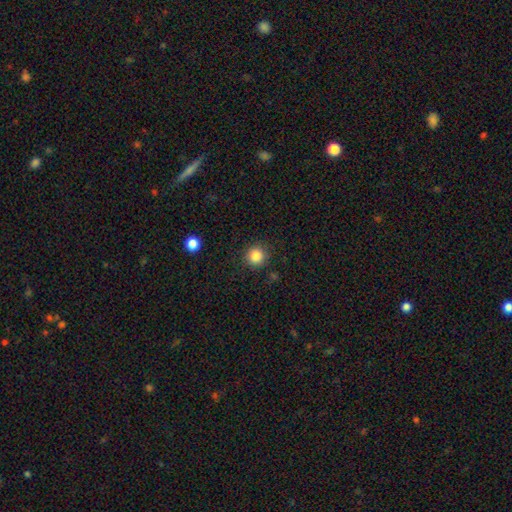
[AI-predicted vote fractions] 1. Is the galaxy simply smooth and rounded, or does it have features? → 85% smooth, 11% star or artifact, 5% featured or disk.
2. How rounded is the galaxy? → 93% round, 6% in between, 1% cigar-shaped.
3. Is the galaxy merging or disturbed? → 89% none, 7% minor disturbance, 2% major disturbance, 2% merger.